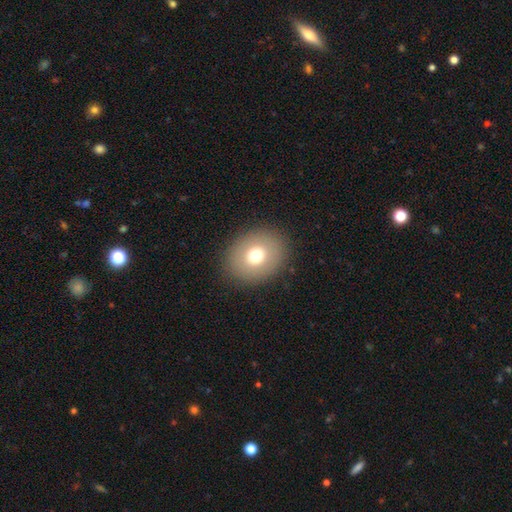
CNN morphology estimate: type=smooth (72%); roundness=round (58%); merging=none (89%).